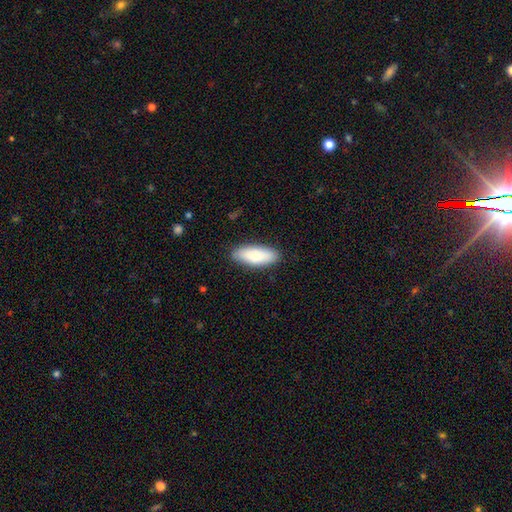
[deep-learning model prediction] A smooth galaxy with no disk features (82%) that is in between round and cigar-shaped (73%).

Vote fractions:
- Smooth or featured? smooth: 82% / featured or disk: 12% / star or artifact: 6%
- How rounded? in between: 73% / cigar-shaped: 25% / round: 2%
- Merging? none: 86% / minor disturbance: 10% / major disturbance: 2% / merger: 1%